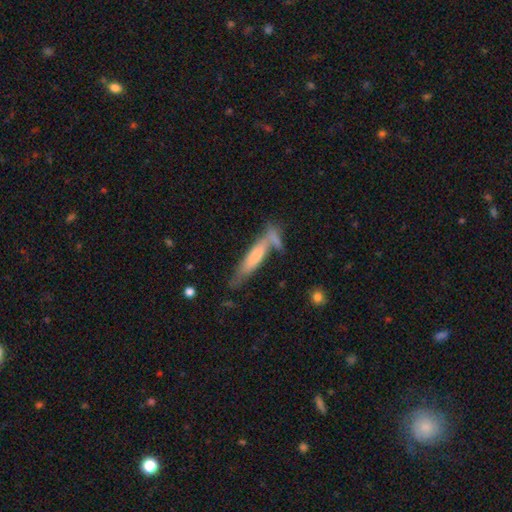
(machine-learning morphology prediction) smooth_or_featured: smooth (p=0.57) [alt: featured or disk p=0.37]
how_rounded: cigar-shaped (p=0.86) [alt: in between p=0.13]
merging: none (p=0.55) [alt: merger p=0.21]